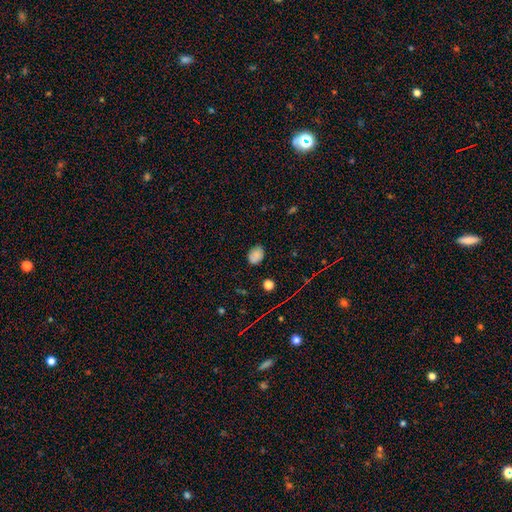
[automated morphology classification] A smooth galaxy with no disk features (79%) that is in between round and cigar-shaped (65%).

Vote fractions:
- Smooth or featured? smooth: 79% / star or artifact: 14% / featured or disk: 8%
- How rounded? in between: 65% / round: 34% / cigar-shaped: 1%
- Merging? none: 77% / minor disturbance: 18% / major disturbance: 3% / merger: 2%